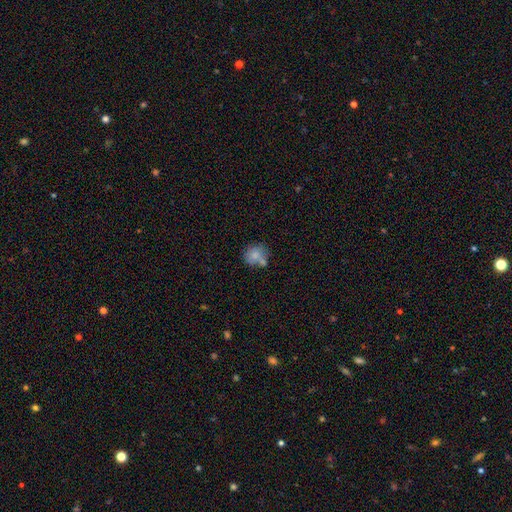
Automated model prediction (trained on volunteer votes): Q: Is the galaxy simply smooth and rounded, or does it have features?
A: smooth — 77%.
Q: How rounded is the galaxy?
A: round — 75%.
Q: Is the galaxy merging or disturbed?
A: none — 46%.